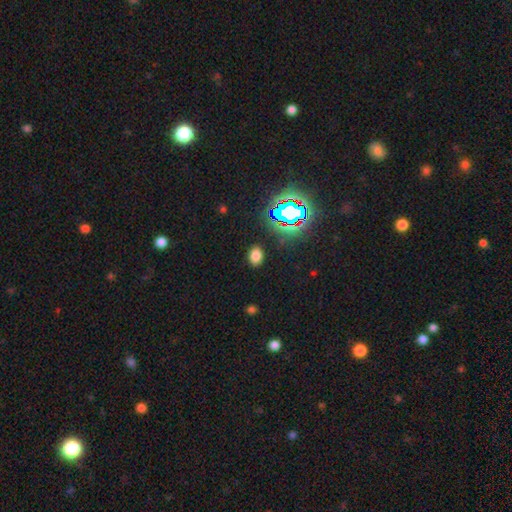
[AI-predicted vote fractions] Q: Smooth or featured?
A: smooth (72%); runner-up: star or artifact (22%)
Q: How rounded?
A: in between (76%); runner-up: round (23%)
Q: Merging?
A: none (88%); runner-up: minor disturbance (8%)